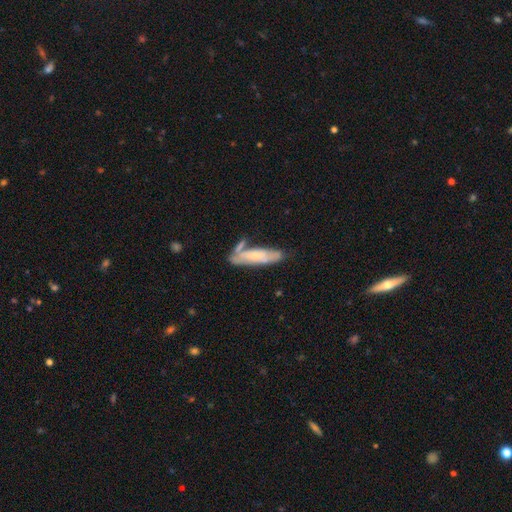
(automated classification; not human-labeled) This appears to be a smooth galaxy with no disk features (56%) that is cigar-shaped (60%). Merging: none (44%).